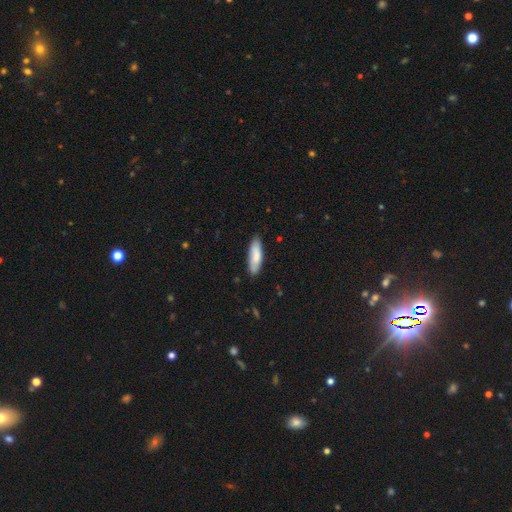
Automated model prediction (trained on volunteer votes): Q: Smooth or featured?
A: smooth (80%); runner-up: featured or disk (15%)
Q: How rounded?
A: in between (50%); runner-up: cigar-shaped (48%)
Q: Merging?
A: none (82%); runner-up: minor disturbance (14%)